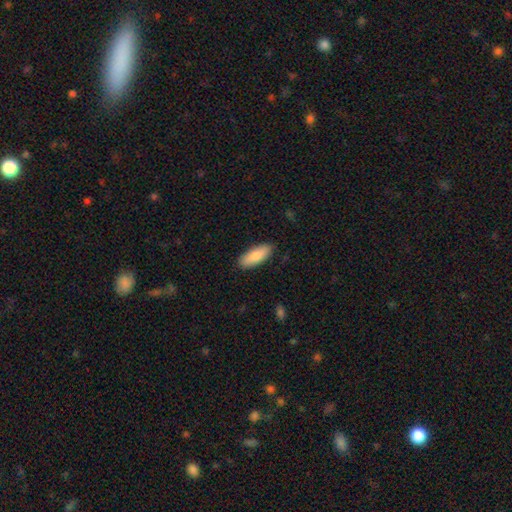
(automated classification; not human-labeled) A smooth galaxy with no disk features (84%) that is in between round and cigar-shaped (75%).

Vote fractions:
- Smooth or featured? smooth: 84% / featured or disk: 10% / star or artifact: 6%
- How rounded? in between: 75% / cigar-shaped: 23% / round: 2%
- Merging? none: 88% / minor disturbance: 10% / major disturbance: 2% / merger: 1%